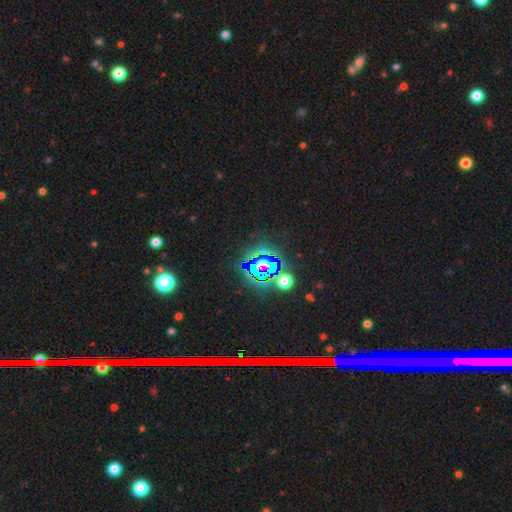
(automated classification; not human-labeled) Morphology: type=star or artifact (79%).